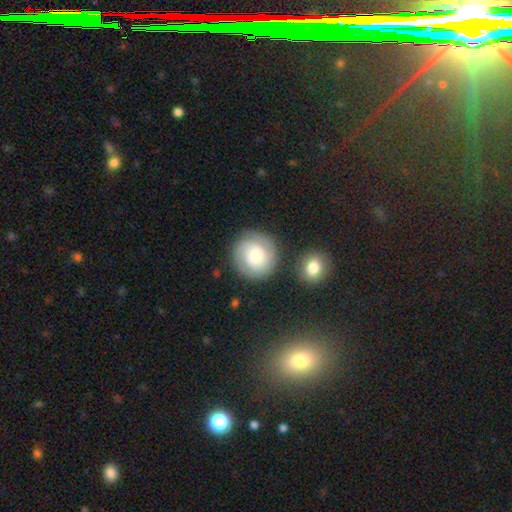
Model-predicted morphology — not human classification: This is possibly a featured or disk galaxy (51%). It is clearly not viewed edge-on (98%). Merging: clearly none (80%).